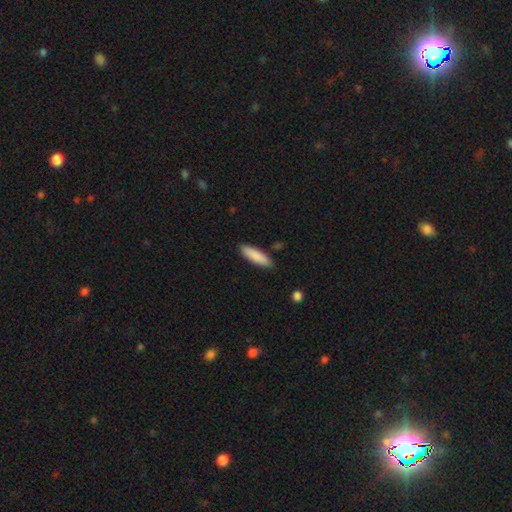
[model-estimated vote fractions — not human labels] This appears to be a smooth galaxy with no disk features (87%) that is cigar-shaped (61%). Merging: none (87%).